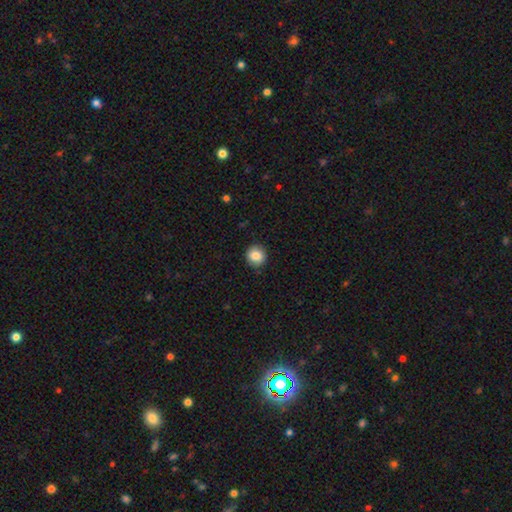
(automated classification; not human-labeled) This appears to be a smooth galaxy with no disk features (85%) that is round (92%). Merging: none (90%).